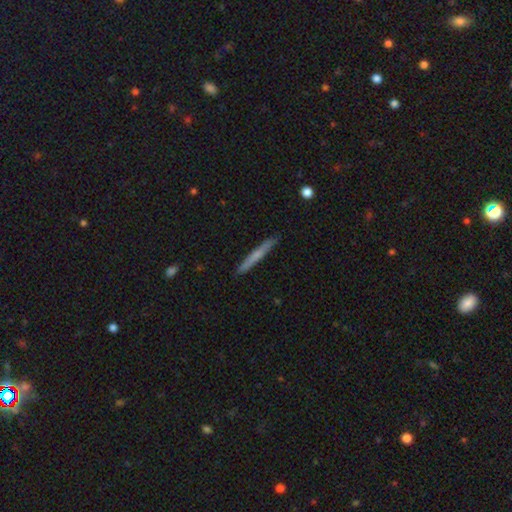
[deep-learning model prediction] The model was most divided on "smooth or featured": smooth: 56%, featured or disk: 39%, star or artifact: 6%. More confident: how rounded — cigar-shaped (96%); merging — none (90%).